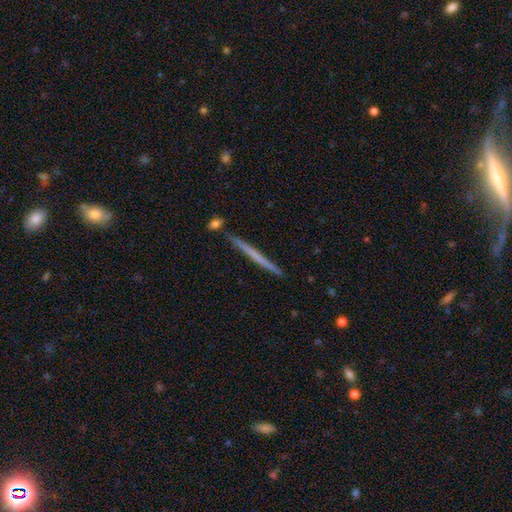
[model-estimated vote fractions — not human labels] Smooth or featured?
  - featured or disk: 50% *
  - smooth: 45%
  - star or artifact: 6%
Merging?
  - none: 89% *
  - minor disturbance: 7%
  - merger: 3%
  - major disturbance: 1%